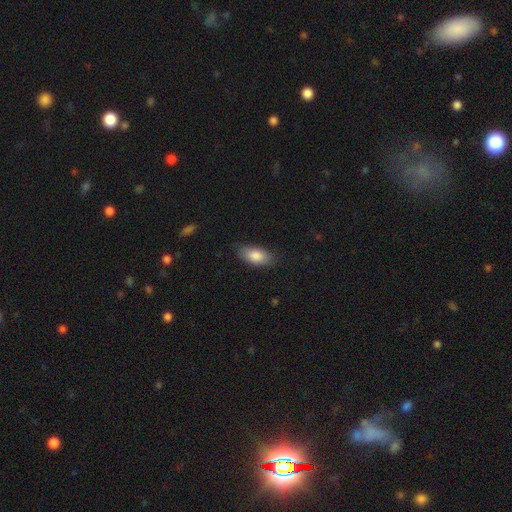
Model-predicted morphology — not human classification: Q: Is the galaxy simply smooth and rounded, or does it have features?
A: smooth — 86%.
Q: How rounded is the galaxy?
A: in between — 90%.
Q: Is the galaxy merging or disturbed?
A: none — 83%.